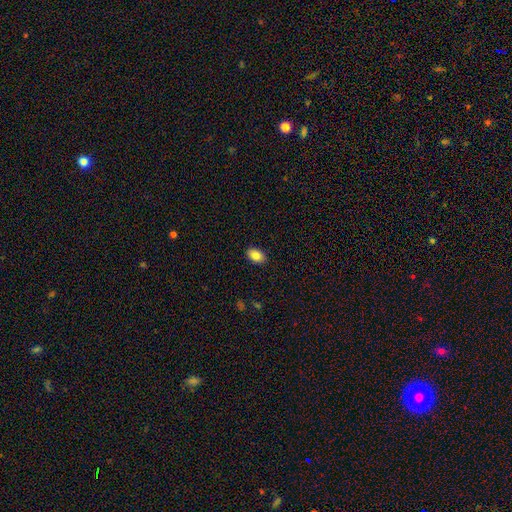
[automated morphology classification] A smooth galaxy with no disk features (85%) that is in between round and cigar-shaped (89%). Merging: none (89%).